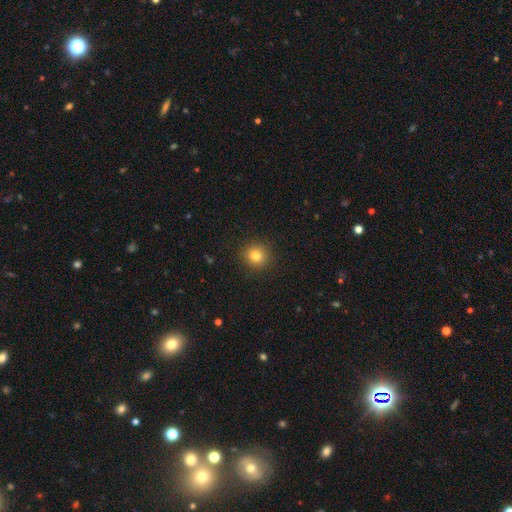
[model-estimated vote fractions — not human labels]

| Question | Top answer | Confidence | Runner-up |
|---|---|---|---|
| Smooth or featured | smooth | 81% | star or artifact (13%) |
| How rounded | round | 90% | in between (9%) |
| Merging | none | 91% | minor disturbance (6%) |